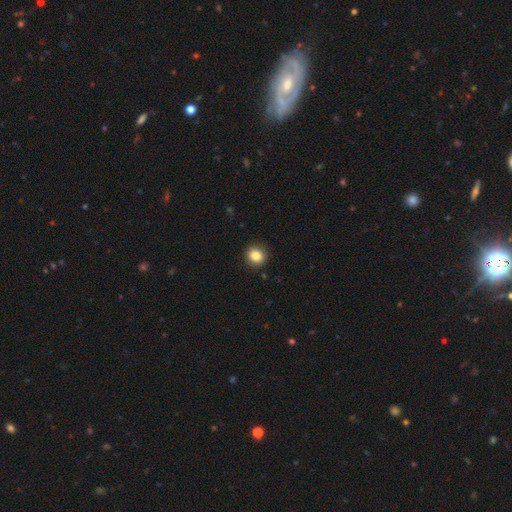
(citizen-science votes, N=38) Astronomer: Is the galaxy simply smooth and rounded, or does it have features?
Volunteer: smooth — 89%.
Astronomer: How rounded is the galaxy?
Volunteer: round — 76%.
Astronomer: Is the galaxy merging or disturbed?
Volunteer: none — 86%.